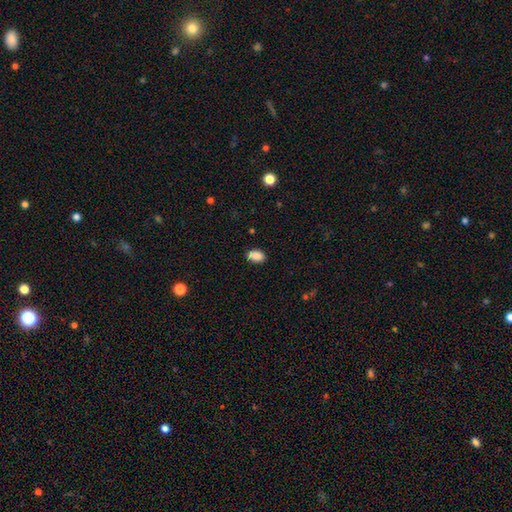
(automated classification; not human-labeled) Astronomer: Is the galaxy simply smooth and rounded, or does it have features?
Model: smooth — 88%.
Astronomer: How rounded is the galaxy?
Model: in between — 91%.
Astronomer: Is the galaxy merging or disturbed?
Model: none — 84%.